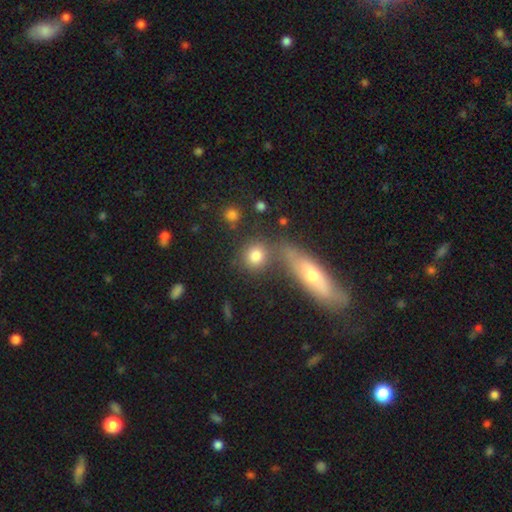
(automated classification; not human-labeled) smooth 78%, star or artifact 11%, featured or disk 10%. Down the decision tree: how rounded — round (75%); merging — none (63%).